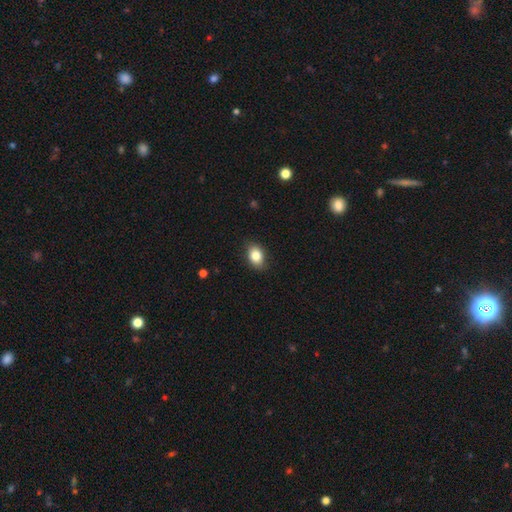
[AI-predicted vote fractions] Smooth or featured? Predicted: smooth (p=0.83). How rounded? Predicted: in between (p=0.78). Merging? Predicted: none (p=0.85).